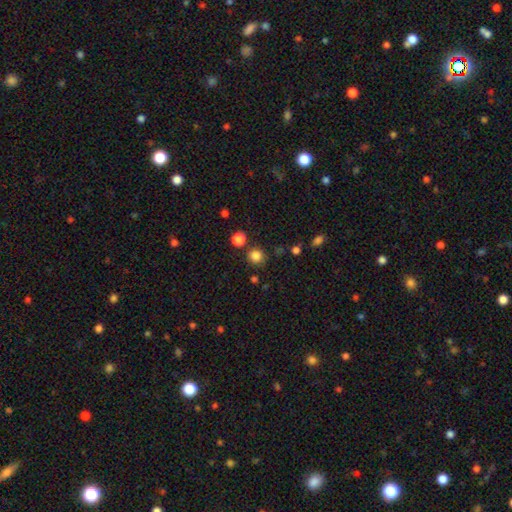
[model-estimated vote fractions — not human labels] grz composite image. It shows a smooth galaxy with no disk features (83%) that is round (93%). Merging: none (83%).